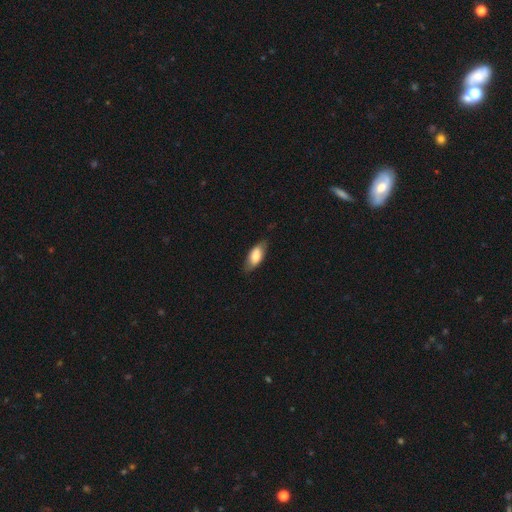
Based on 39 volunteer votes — Overall: smooth (82%). How rounded: in between (91%). Merging: none (79%).